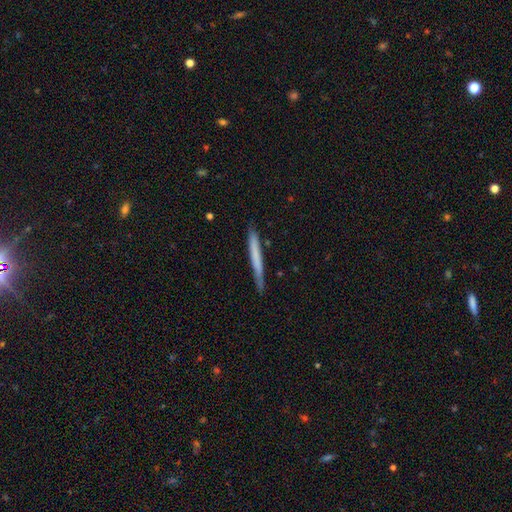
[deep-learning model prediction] Morphology: type=smooth (61%); roundness=cigar-shaped (97%); merging=none (86%).